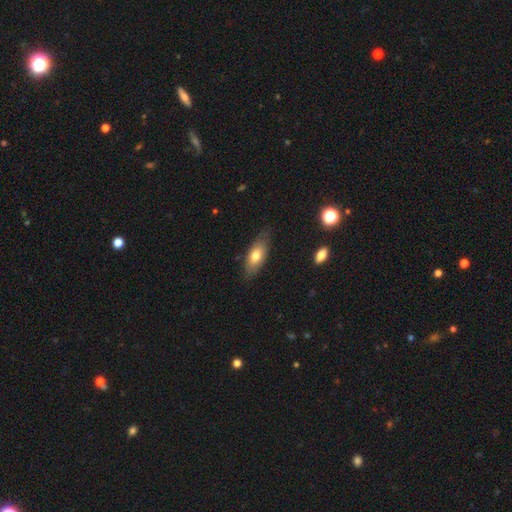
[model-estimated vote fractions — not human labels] This appears to be a smooth galaxy with no disk features (69%) that is in between round and cigar-shaped (83%). Merging: none (75%).